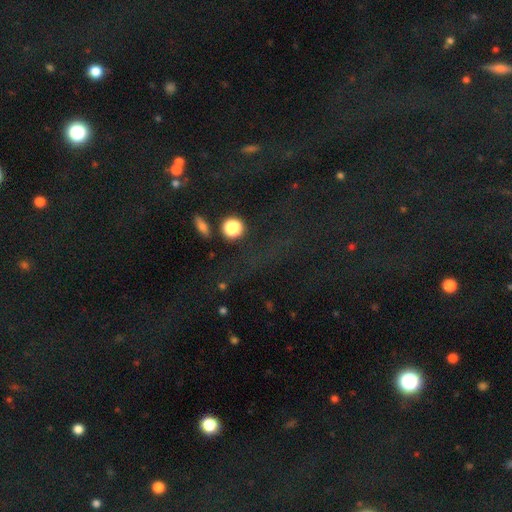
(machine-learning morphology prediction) star or artifact 75%, smooth 15%, featured or disk 10%.